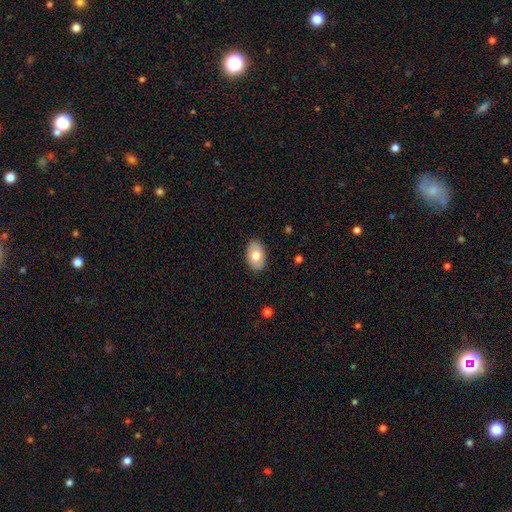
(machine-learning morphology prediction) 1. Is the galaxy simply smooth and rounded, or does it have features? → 72% smooth, 21% featured or disk, 6% star or artifact.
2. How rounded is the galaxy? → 90% in between, 9% round, 1% cigar-shaped.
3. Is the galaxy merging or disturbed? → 87% none, 10% minor disturbance, 2% major disturbance, 1% merger.